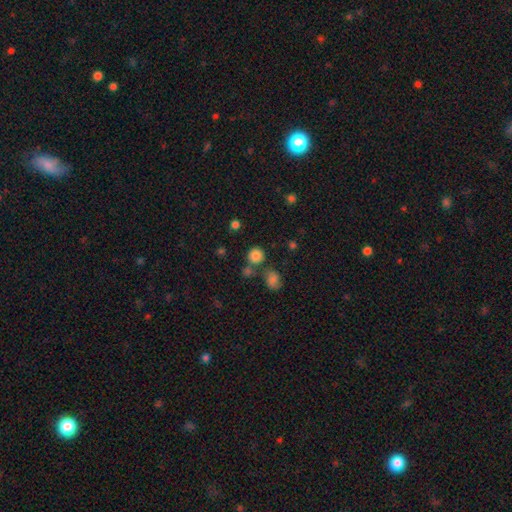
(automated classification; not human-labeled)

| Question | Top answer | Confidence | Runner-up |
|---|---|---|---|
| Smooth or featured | smooth | 82% | star or artifact (12%) |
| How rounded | round | 90% | in between (9%) |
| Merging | none | 72% | merger (15%) |